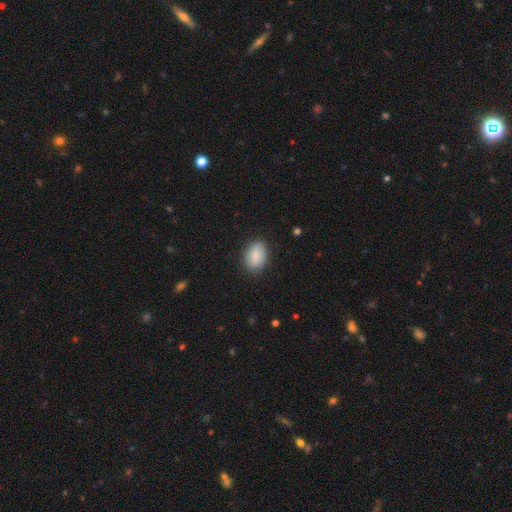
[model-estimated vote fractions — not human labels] The model was most divided on "how rounded": in between: 82%, round: 17%, cigar-shaped: 1%. More confident: smooth or featured — smooth (87%); merging — none (85%).